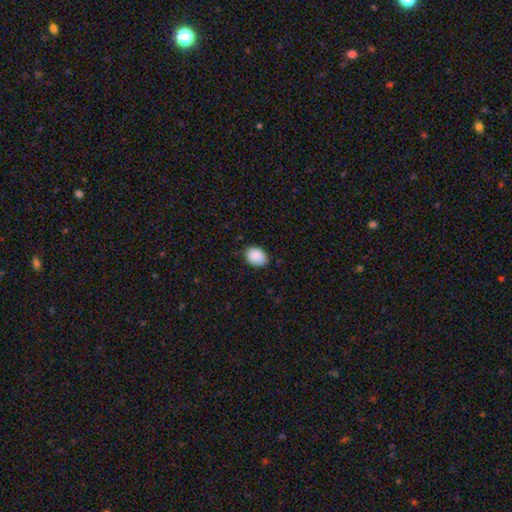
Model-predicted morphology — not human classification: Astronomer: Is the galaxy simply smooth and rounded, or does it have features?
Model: smooth — 89%.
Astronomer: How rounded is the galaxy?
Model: in between — 75%.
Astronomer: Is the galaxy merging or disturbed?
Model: none — 80%.